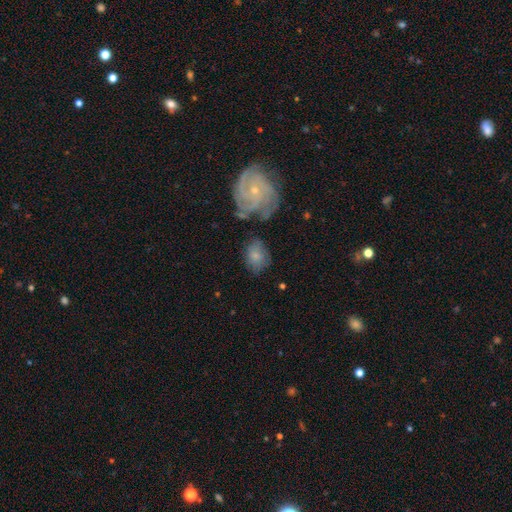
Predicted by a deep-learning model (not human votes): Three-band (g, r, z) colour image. It shows a smooth galaxy with no disk features (59%) that is in between round and cigar-shaped (66%). Merging: none (56%).